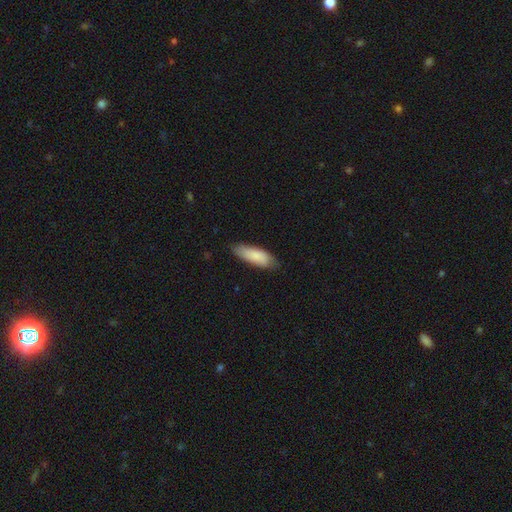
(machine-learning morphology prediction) This appears to be a smooth galaxy with no disk features (85%) that is in between round and cigar-shaped (63%). Merging: none (76%).